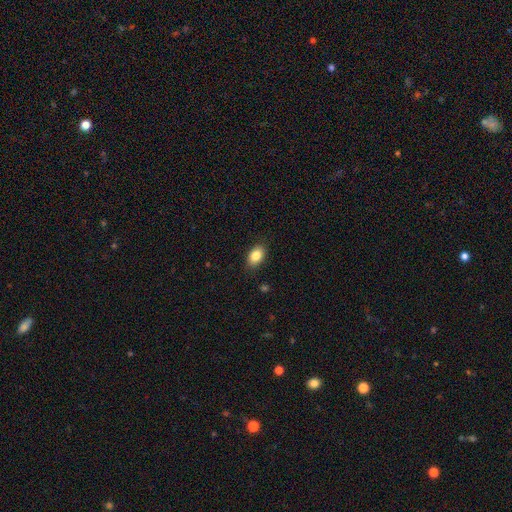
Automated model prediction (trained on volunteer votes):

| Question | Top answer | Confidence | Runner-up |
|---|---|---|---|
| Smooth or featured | smooth | 84% | star or artifact (8%) |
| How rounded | in between | 87% | round (12%) |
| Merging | none | 86% | minor disturbance (11%) |